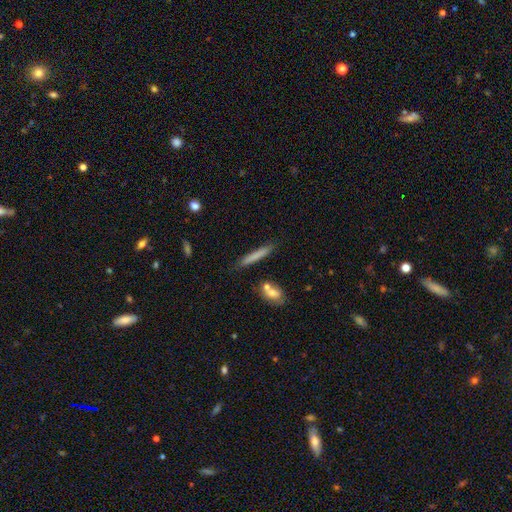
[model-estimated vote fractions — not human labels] Smooth or featured? smooth (71%)
How rounded? cigar-shaped (93%)
Merging? none (83%)